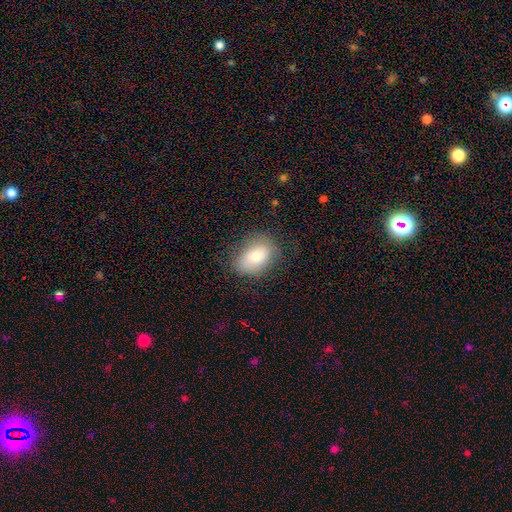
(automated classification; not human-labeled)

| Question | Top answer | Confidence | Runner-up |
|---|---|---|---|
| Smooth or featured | smooth | 75% | featured or disk (17%) |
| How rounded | in between | 83% | round (16%) |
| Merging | none | 74% | minor disturbance (19%) |